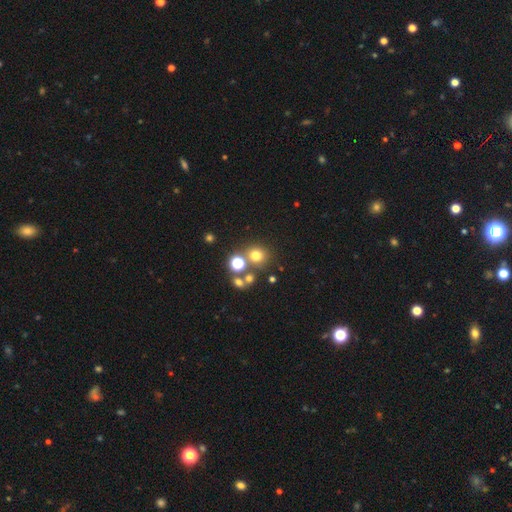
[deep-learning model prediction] This appears to be a smooth galaxy with no disk features (69%) that is round (88%). Merging: none (69%).